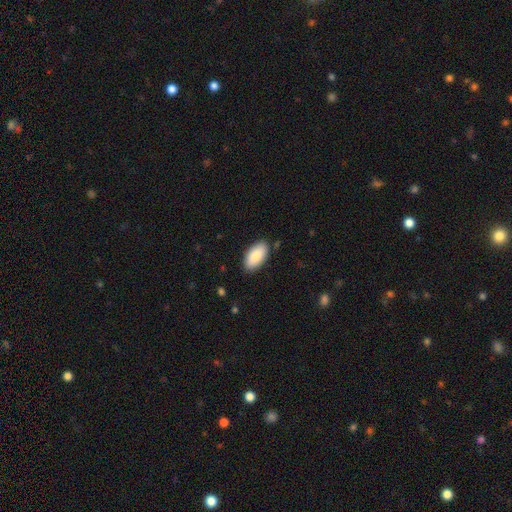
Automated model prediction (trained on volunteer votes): Overall: smooth (86%). How rounded: in between (94%). Merging: none (87%).